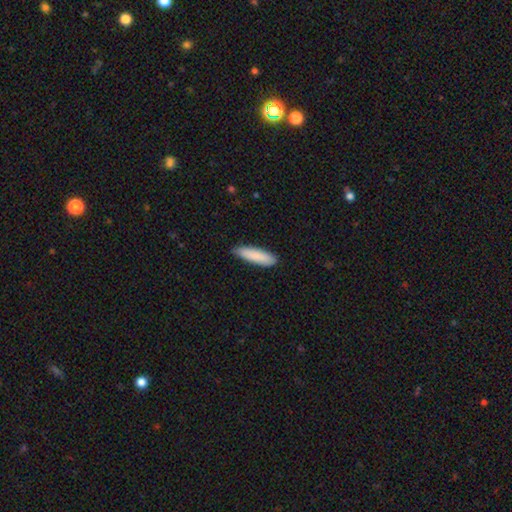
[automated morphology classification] Smooth or featured? smooth (87%)
How rounded? cigar-shaped (71%)
Merging? none (84%)